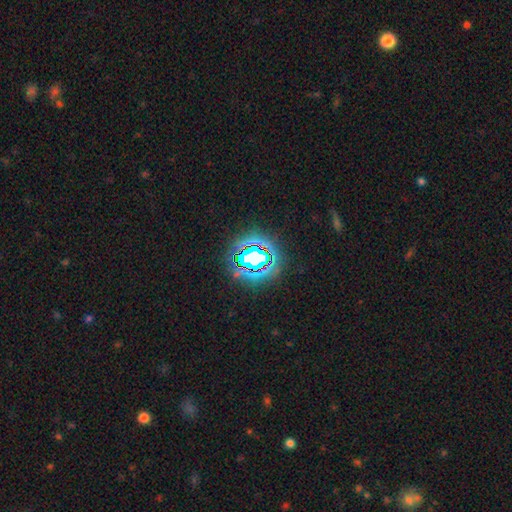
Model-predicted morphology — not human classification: smooth_or_featured: star or artifact (p=0.67) [alt: smooth p=0.18]